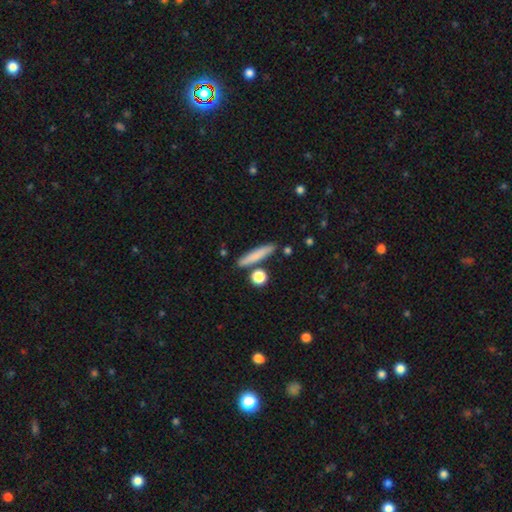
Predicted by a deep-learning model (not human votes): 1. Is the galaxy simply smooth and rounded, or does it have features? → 77% smooth, 16% featured or disk, 7% star or artifact.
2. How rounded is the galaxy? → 87% cigar-shaped, 10% in between, 4% round.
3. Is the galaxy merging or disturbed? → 82% none, 9% minor disturbance, 6% merger, 2% major disturbance.